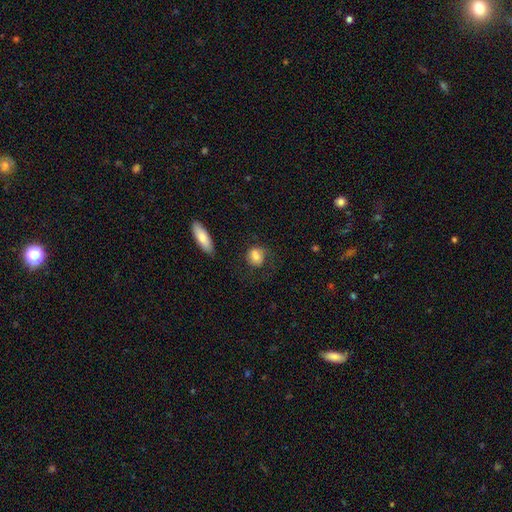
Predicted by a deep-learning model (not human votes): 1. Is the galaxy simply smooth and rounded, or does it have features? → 76% smooth, 15% featured or disk, 9% star or artifact.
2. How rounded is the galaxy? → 66% round, 32% in between, 2% cigar-shaped.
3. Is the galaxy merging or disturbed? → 57% none, 21% minor disturbance, 15% major disturbance, 6% merger.